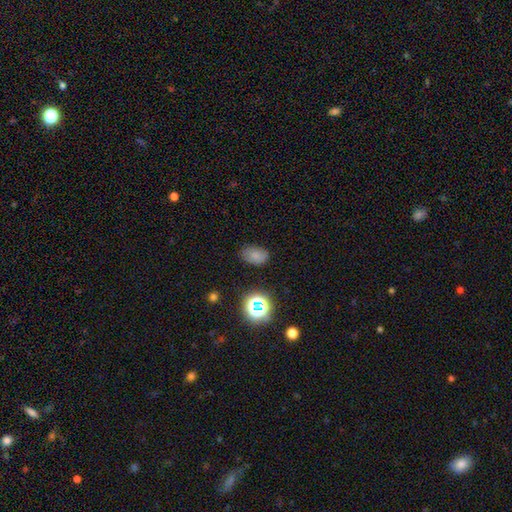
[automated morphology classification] The model was most divided on "smooth or featured": smooth: 74%, star or artifact: 17%, featured or disk: 9%. More confident: how rounded — in between (83%); merging — none (76%).